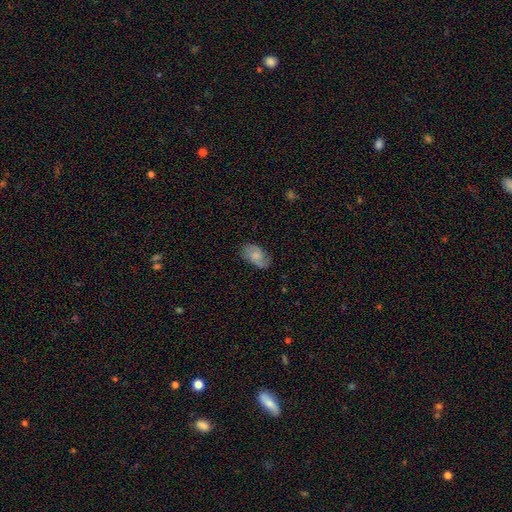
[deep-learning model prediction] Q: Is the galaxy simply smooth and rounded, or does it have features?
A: featured or disk — 50%.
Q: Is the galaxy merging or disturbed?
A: none — 72%.